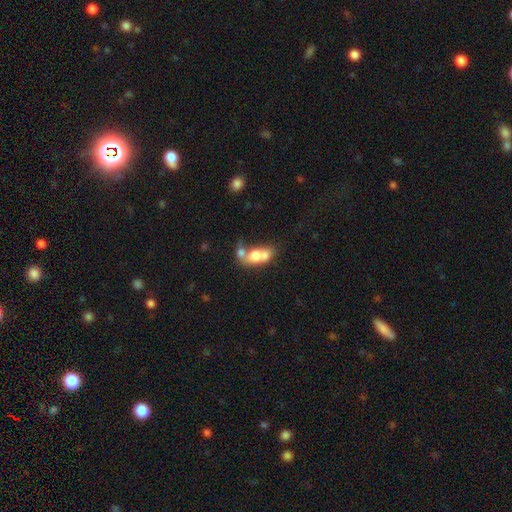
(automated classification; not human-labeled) Q: Smooth or featured?
A: smooth (62%); runner-up: featured or disk (28%)
Q: How rounded?
A: in between (72%); runner-up: round (23%)
Q: Merging?
A: merger (66%); runner-up: none (18%)